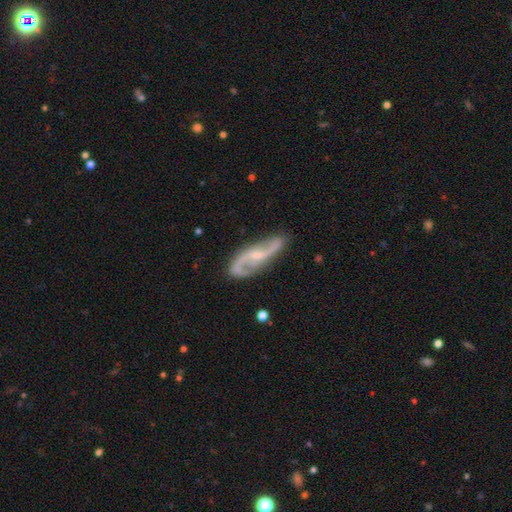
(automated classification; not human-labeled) Q: Smooth or featured?
A: featured or disk (87%); runner-up: smooth (8%)
Q: Edge-on disk?
A: no (92%); runner-up: yes (8%)
Q: Bar?
A: no (43%); runner-up: weak (41%)
Q: Spiral arms?
A: yes (96%); runner-up: no (4%)
Q: Spiral winding?
A: loose (50%); runner-up: medium (38%)
Q: Spiral arm count?
A: 2 (89%); runner-up: can't tell (4%)
Q: Bulge size?
A: small (62%); runner-up: moderate (23%)
Q: Merging?
A: none (75%); runner-up: minor disturbance (17%)